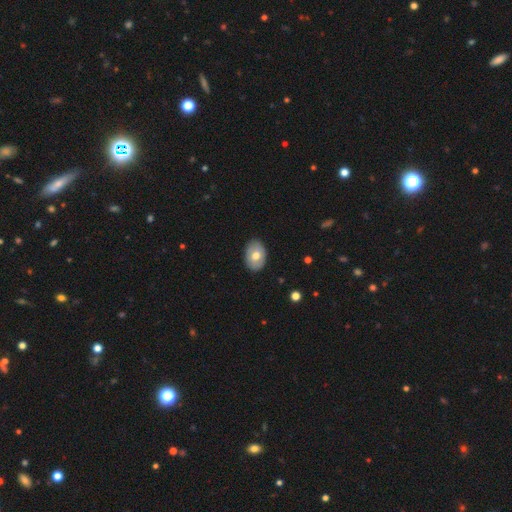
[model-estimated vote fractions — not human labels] Morphology: type=smooth (66%); roundness=in between (82%); merging=none (86%).